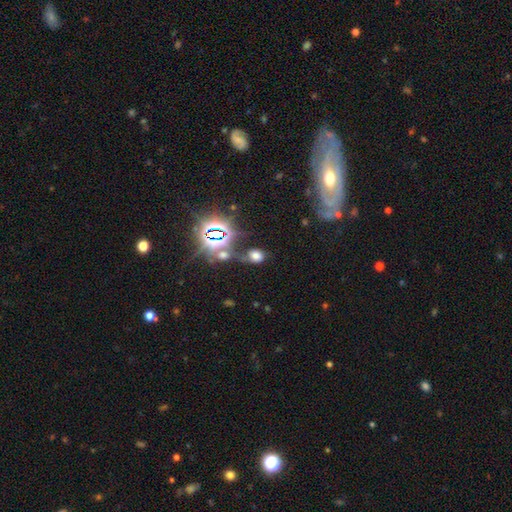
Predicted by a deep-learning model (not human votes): Overall: smooth (54%; star or artifact 34%). How rounded: in between (59%; round 39%). Merging: none (52%; minor disturbance 21%).